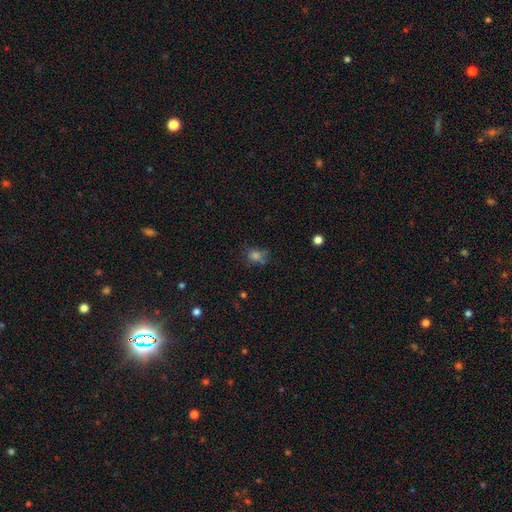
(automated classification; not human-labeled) Smooth or featured?
  - smooth: 69% *
  - star or artifact: 21%
  - featured or disk: 10%
How rounded?
  - round: 59% *
  - in between: 40%
  - cigar-shaped: 1%
Merging?
  - none: 59% *
  - minor disturbance: 23%
  - major disturbance: 11%
  - merger: 7%